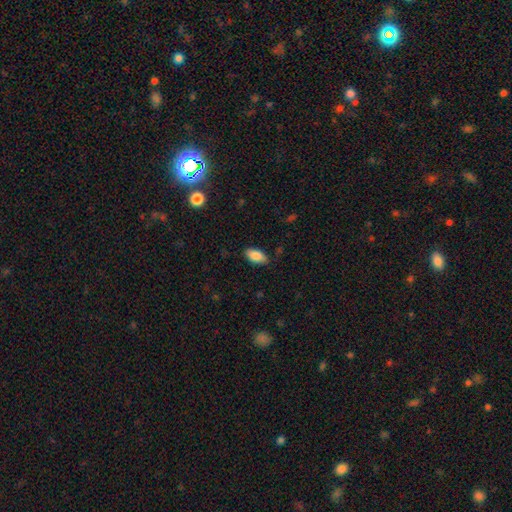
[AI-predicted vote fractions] Smooth or featured? smooth (87%)
How rounded? in between (92%)
Merging? none (84%)